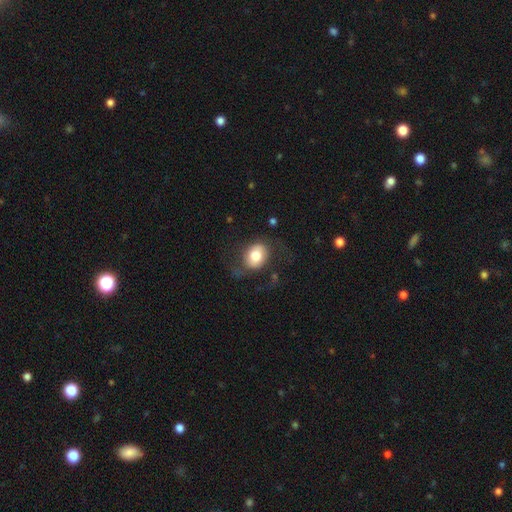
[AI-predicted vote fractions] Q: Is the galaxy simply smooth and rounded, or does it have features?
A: smooth — 70%.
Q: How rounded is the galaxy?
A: in between — 53%.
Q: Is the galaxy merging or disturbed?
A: none — 59%.